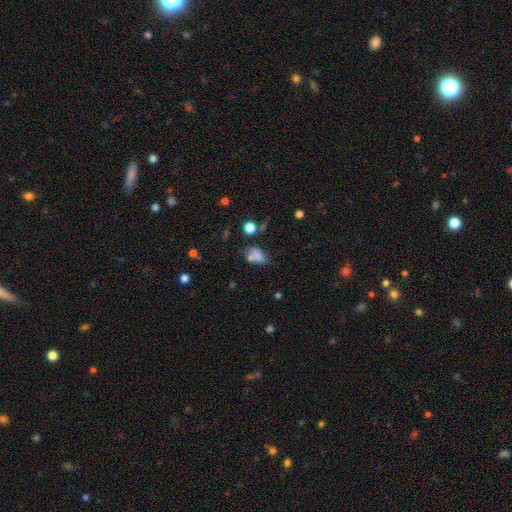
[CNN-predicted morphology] smooth 73%, star or artifact 14%, featured or disk 14%. Down the decision tree: how rounded — in between (80%); merging — none (41%).